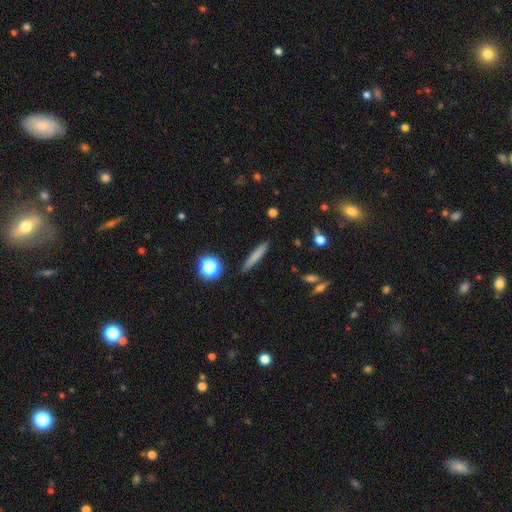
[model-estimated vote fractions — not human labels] Morphology: type=smooth (73%); roundness=cigar-shaped (92%); merging=none (89%).